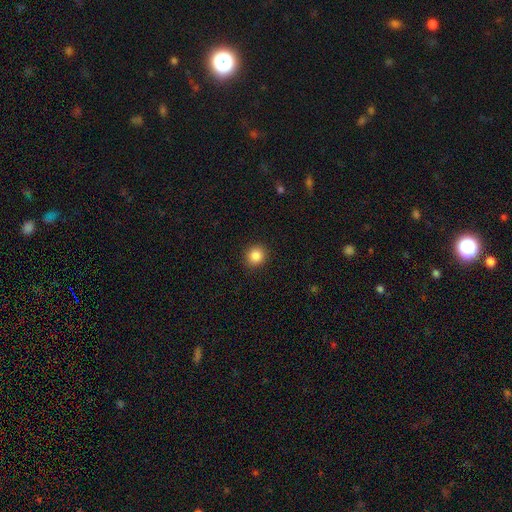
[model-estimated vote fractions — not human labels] Smooth or featured: smooth — 87% (star or artifact — 10%)
How rounded: round — 88% (in between — 11%)
Merging: none — 91% (minor disturbance — 6%)